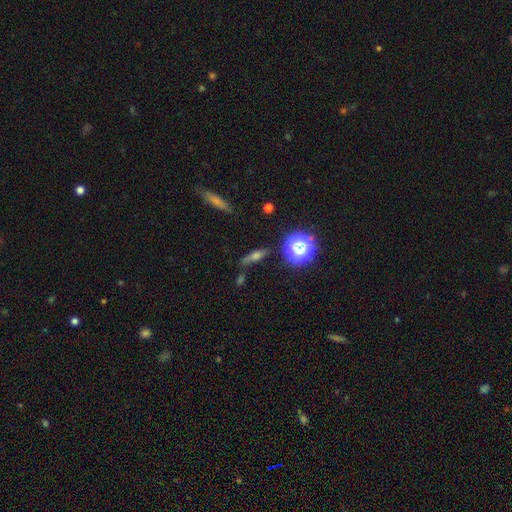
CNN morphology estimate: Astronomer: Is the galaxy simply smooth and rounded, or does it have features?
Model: smooth — 50% (runner-up: featured or disk, 30%).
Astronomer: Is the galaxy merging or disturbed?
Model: none — 69%.